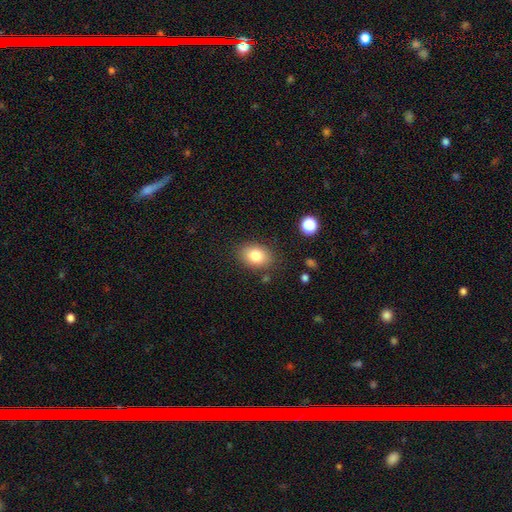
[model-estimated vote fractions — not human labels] Q: Smooth or featured?
A: smooth (81%); runner-up: featured or disk (10%)
Q: How rounded?
A: in between (73%); runner-up: round (26%)
Q: Merging?
A: none (83%); runner-up: minor disturbance (12%)